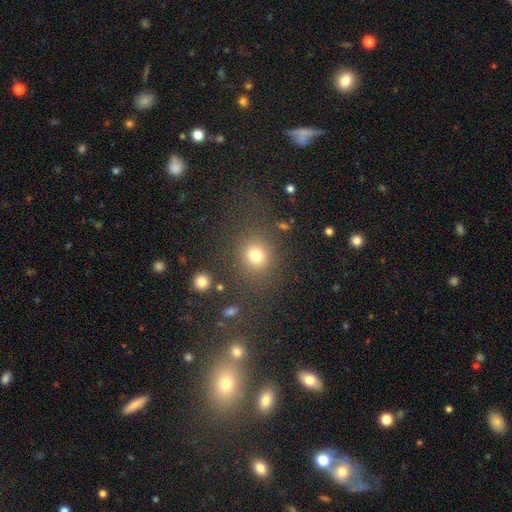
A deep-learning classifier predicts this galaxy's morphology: This is likely a smooth galaxy (78%). How rounded: clearly round (80%). Merging: likely none (77%).